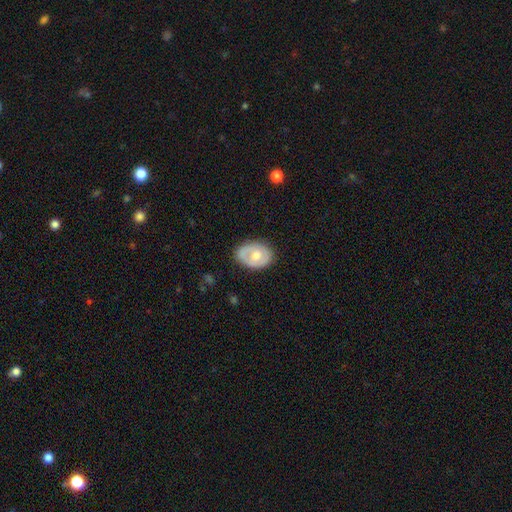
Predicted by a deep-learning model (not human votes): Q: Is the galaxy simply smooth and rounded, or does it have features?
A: featured or disk — 47%, tied with smooth.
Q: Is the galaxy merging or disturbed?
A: none — 73%.